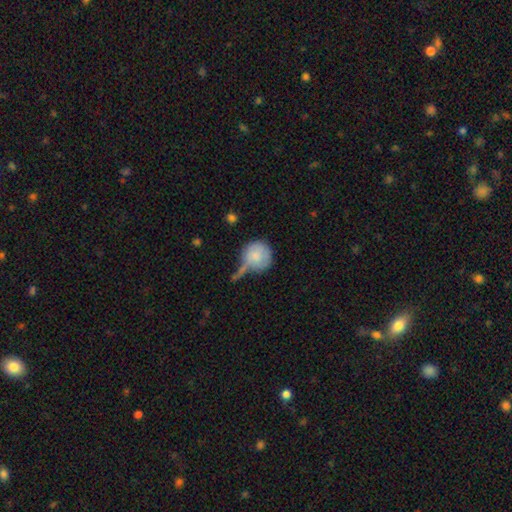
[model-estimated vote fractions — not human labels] Smooth or featured: smooth — 78% (featured or disk — 16%)
How rounded: round — 89% (in between — 10%)
Merging: none — 32% (minor disturbance — 29%)